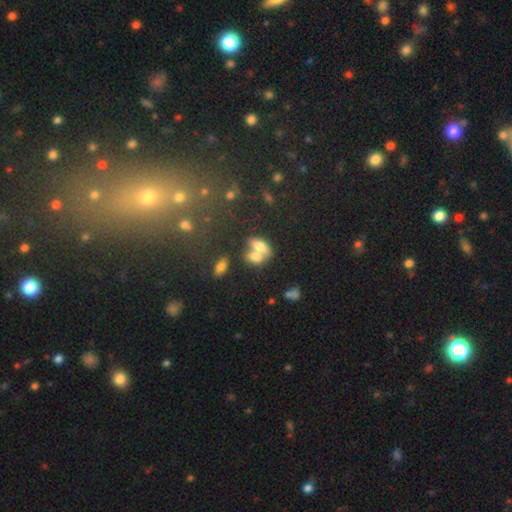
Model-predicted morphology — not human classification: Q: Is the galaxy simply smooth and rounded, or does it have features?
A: smooth — 66%.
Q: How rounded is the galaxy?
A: in between — 81%.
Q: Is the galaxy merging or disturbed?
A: merger — 58%.